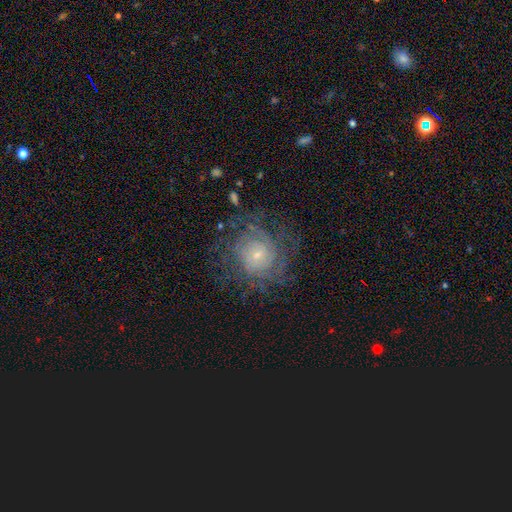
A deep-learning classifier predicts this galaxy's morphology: Smooth or featured? featured or disk (60%)
Edge-on disk? no (97%)
Bar? no (81%)
Spiral arms? yes (80%)
Bulge size? small (68%)
Merging? none (74%)